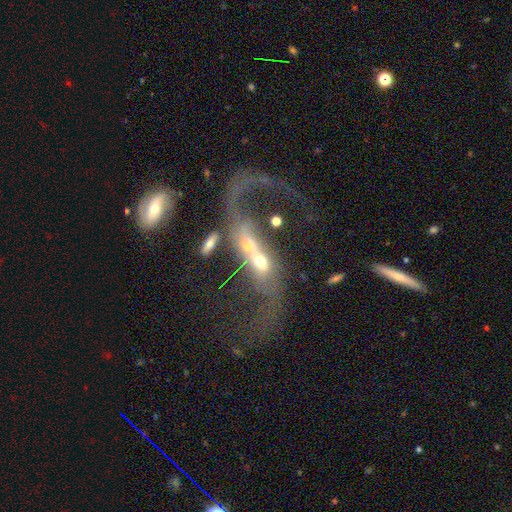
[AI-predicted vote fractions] smooth-or-featured: featured or disk: 73% | smooth: 17% | star or artifact: 10%
  disk-edge-on: no: 90% | yes: 10%
    bar: no: 53% | weak: 29% | strong: 18%
    has-spiral-arms: yes: 70% | no: 30%
    bulge-size: moderate: 46% | small: 35% | large: 10% | none: 6% | dominant: 3%
  merging: merger: 63% | major disturbance: 20% | none: 12% | minor disturbance: 5%